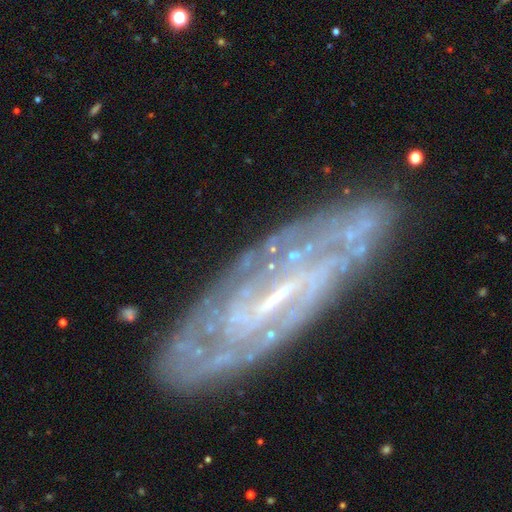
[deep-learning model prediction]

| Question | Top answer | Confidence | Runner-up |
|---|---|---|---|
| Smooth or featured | featured or disk | 85% | smooth (8%) |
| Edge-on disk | no | 86% | yes (14%) |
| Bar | weak | 41% | strong (39%) |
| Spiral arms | yes | 90% | no (10%) |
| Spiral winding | tight | 60% | medium (31%) |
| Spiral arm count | can't tell | 43% | 2 (31%) |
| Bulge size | small | 53% | none (24%) |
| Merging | none | 76% | minor disturbance (16%) |